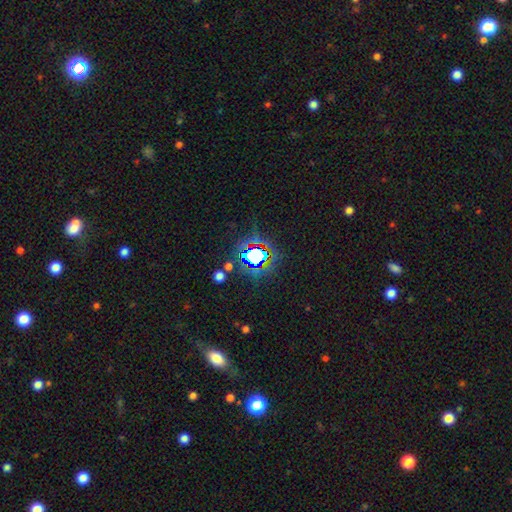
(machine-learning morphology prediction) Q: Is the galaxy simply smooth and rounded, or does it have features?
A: star or artifact — 67%.